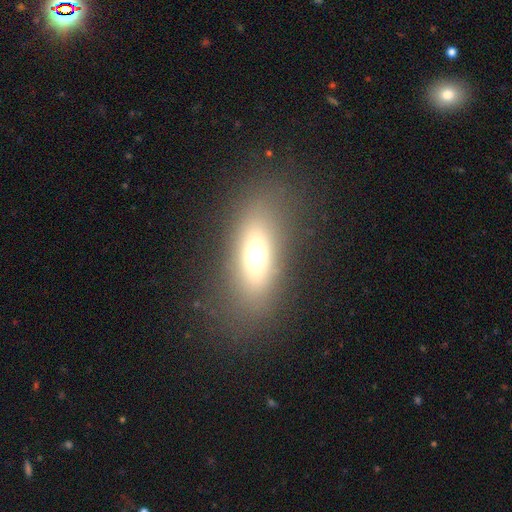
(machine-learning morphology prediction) Q: Smooth or featured?
A: smooth (63%); runner-up: featured or disk (25%)
Q: How rounded?
A: in between (68%); runner-up: cigar-shaped (26%)
Q: Merging?
A: none (80%); runner-up: minor disturbance (11%)